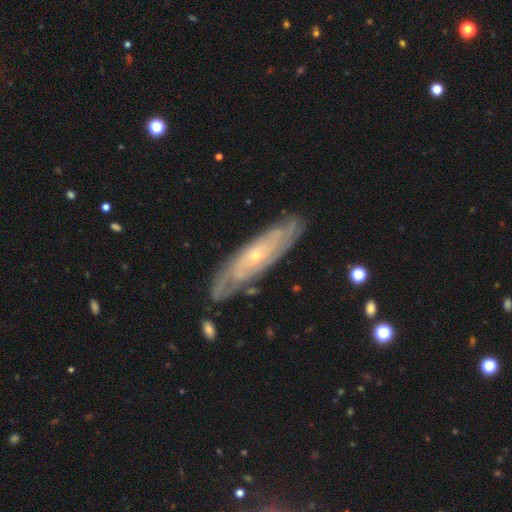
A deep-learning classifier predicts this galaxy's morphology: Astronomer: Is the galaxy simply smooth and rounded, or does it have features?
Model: featured or disk — 79%.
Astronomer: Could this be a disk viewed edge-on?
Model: no — 74%.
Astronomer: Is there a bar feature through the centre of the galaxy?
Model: no — 76%.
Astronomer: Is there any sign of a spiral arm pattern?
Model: yes — 89%.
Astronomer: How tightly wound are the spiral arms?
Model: tight — 71%.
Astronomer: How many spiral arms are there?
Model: can't tell — 57%.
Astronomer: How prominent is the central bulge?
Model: small — 80%.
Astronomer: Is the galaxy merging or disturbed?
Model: none — 80%.